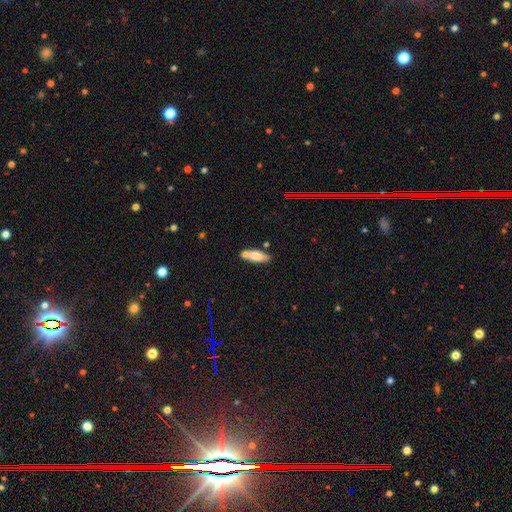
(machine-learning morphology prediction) This appears to be a smooth galaxy with no disk features (70%) that is in between round and cigar-shaped (65%). Merging: none (57%).